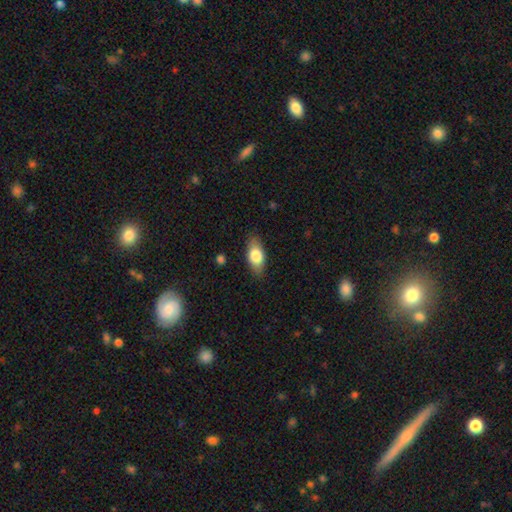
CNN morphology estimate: Smooth or featured: smooth — 78% (featured or disk — 16%)
How rounded: in between — 87% (cigar-shaped — 8%)
Merging: none — 84% (minor disturbance — 12%)